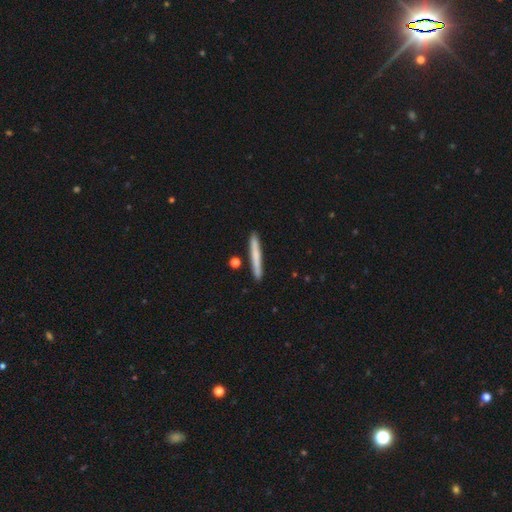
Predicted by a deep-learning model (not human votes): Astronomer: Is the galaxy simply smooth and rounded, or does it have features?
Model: smooth — 66%.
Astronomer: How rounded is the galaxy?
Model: cigar-shaped — 96%.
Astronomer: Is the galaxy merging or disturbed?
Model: none — 88%.